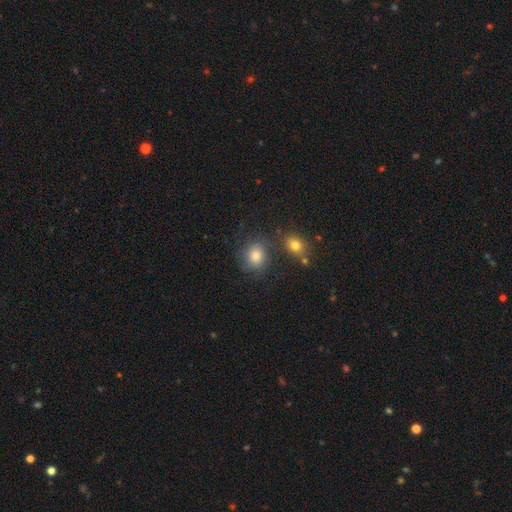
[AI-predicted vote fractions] This is likely a smooth galaxy (76%). How rounded: likely round (69%). Merging: likely none (71%).